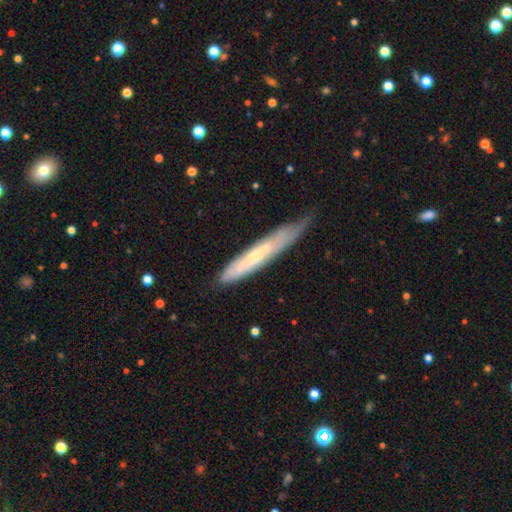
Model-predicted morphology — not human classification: Smooth or featured?
  - featured or disk: 54% *
  - smooth: 39%
  - star or artifact: 6%
Edge-on disk?
  - yes: 68% *
  - no: 32%
Merging?
  - none: 56% *
  - minor disturbance: 32%
  - major disturbance: 8%
  - merger: 4%